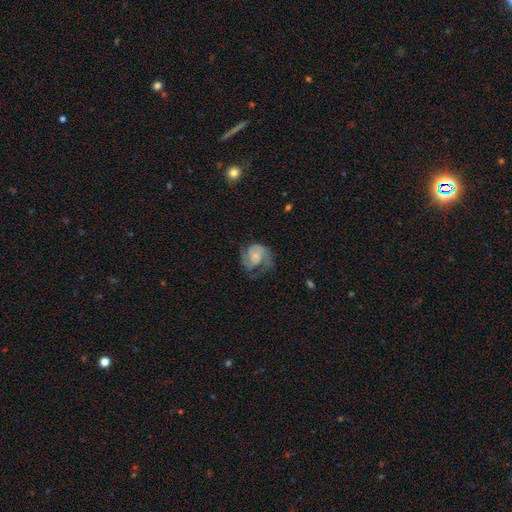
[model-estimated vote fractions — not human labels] Smooth or featured: featured or disk — 79% (smooth — 15%)
Edge-on disk: no — 98% (yes — 2%)
Bar: no — 66% (weak — 28%)
Spiral arms: yes — 94% (no — 6%)
Spiral winding: medium — 49% (tight — 33%)
Spiral arm count: 2 — 73% (can't tell — 9%)
Bulge size: small — 51% (none — 21%)
Merging: none — 55% (minor disturbance — 22%)